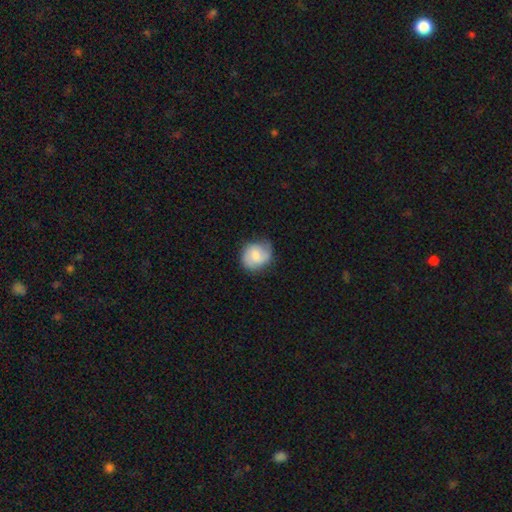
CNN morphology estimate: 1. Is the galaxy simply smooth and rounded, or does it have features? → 51% smooth, 42% featured or disk, 7% star or artifact.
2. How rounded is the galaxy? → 70% round, 30% in between, 1% cigar-shaped.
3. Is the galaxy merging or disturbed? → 68% none, 24% minor disturbance, 7% major disturbance, 1% merger.